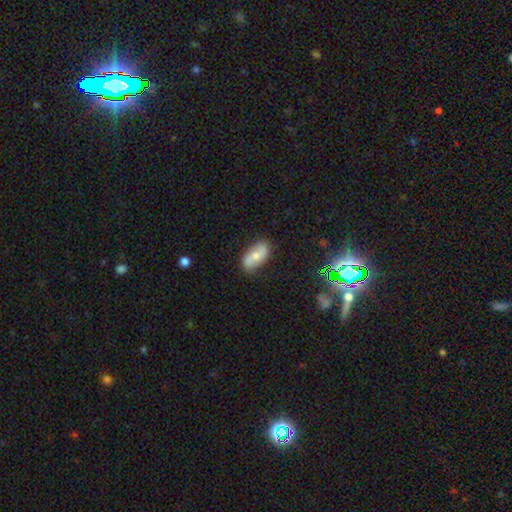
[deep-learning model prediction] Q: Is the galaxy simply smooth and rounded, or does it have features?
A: smooth — 47%.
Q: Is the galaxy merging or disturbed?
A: none — 77%.